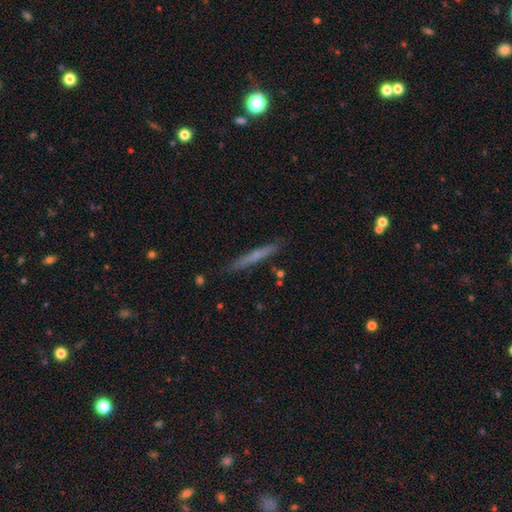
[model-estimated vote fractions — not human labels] Q: Smooth or featured?
A: smooth (49%); runner-up: featured or disk (44%)
Q: Merging?
A: none (86%); runner-up: minor disturbance (10%)